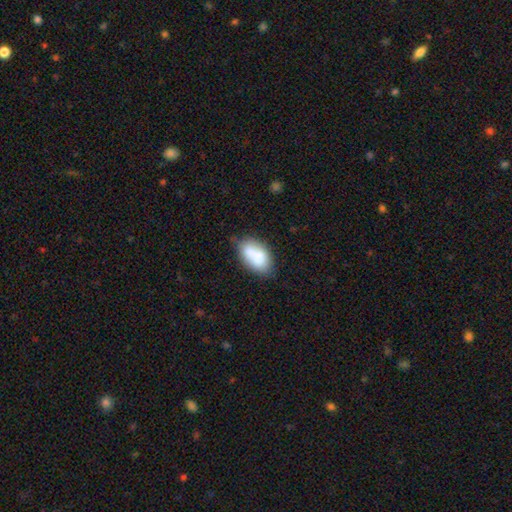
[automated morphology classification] A smooth galaxy with no disk features (75%) that is in between round and cigar-shaped (90%).

Vote fractions:
- Smooth or featured? smooth: 75% / featured or disk: 17% / star or artifact: 8%
- How rounded? in between: 90% / round: 8% / cigar-shaped: 2%
- Merging? none: 49% / merger: 24% / minor disturbance: 20% / major disturbance: 6%